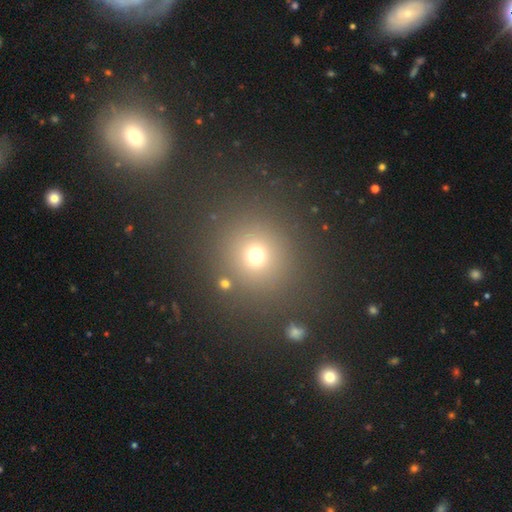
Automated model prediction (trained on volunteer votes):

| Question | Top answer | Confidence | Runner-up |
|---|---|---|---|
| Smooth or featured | smooth | 69% | star or artifact (22%) |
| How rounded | round | 86% | in between (13%) |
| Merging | none | 83% | minor disturbance (8%) |